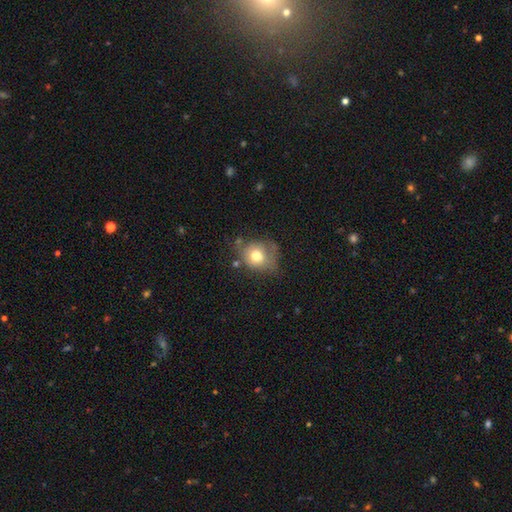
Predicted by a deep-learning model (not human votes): A smooth galaxy with no disk features (71%) that is round (67%).

Vote fractions:
- Smooth or featured? smooth: 71% / featured or disk: 19% / star or artifact: 10%
- How rounded? round: 67% / in between: 32% / cigar-shaped: 1%
- Merging? none: 45% / minor disturbance: 33% / major disturbance: 17% / merger: 6%